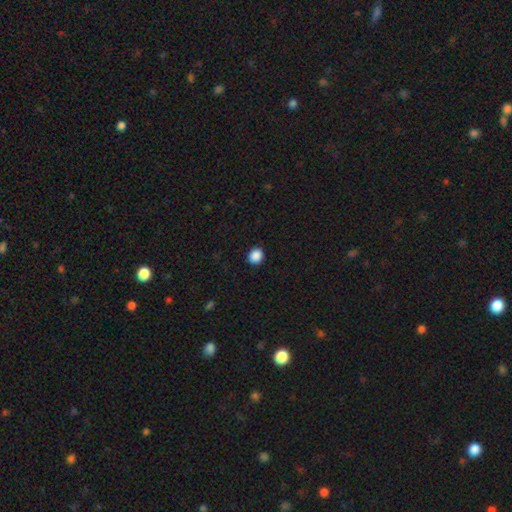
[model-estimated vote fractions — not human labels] Smooth or featured: smooth — 89% (star or artifact — 9%)
How rounded: round — 79% (in between — 20%)
Merging: none — 91% (minor disturbance — 6%)